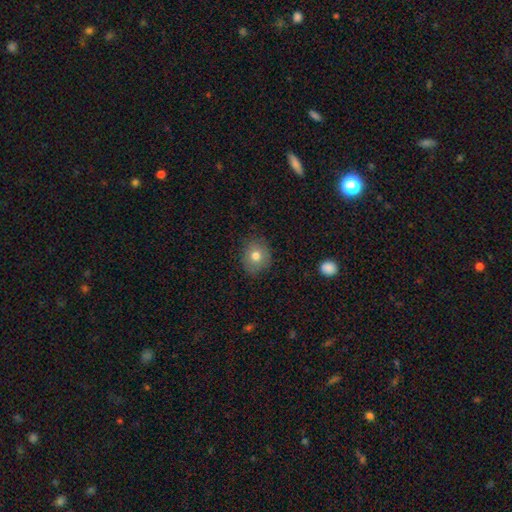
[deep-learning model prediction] This is likely a smooth galaxy (75%). How rounded: likely round (74%). Merging: clearly none (80%).